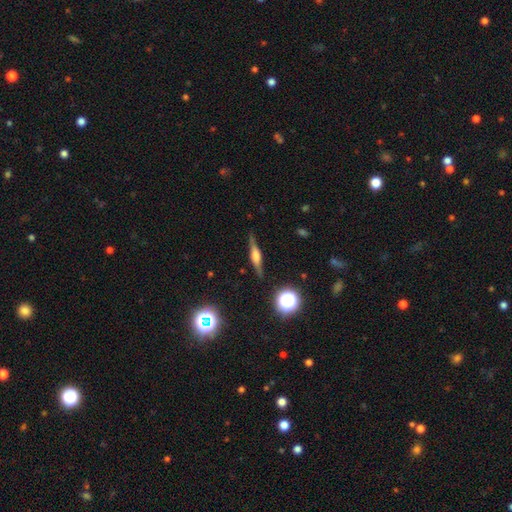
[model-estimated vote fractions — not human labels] Morphology: type=featured or disk (65%); edge-on=yes (96%); edge-on bulge=rounded (68%); merging=none (85%).